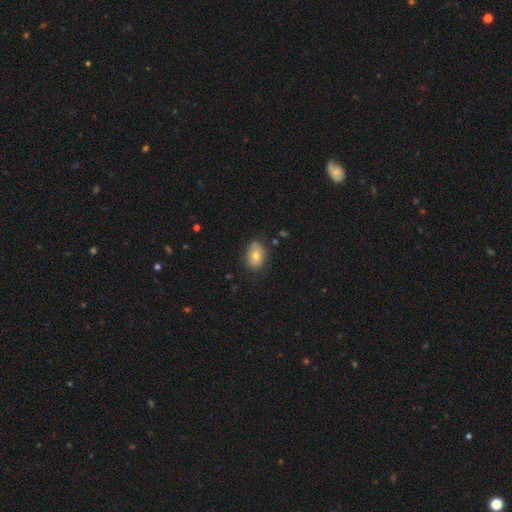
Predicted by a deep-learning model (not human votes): Morphology: type=smooth (72%); roundness=in between (70%); merging=none (70%).